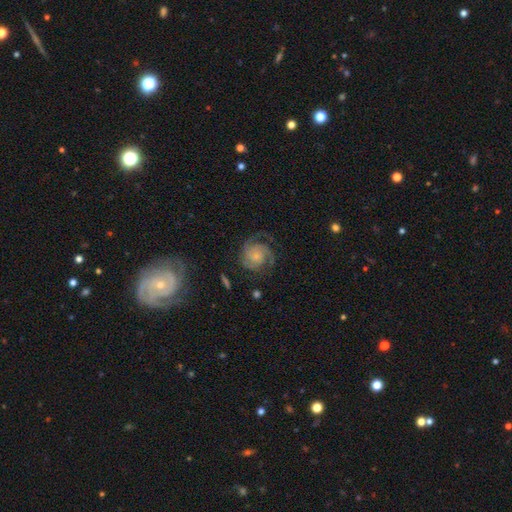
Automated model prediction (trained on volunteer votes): Smooth or featured: featured or disk — 79% (smooth — 14%)
Edge-on disk: no — 98% (yes — 2%)
Bar: no — 76% (weak — 21%)
Spiral arms: yes — 96% (no — 4%)
Spiral winding: tight — 50% (medium — 38%)
Spiral arm count: 2 — 53% (3 — 20%)
Bulge size: small — 58% (moderate — 23%)
Merging: none — 67% (minor disturbance — 17%)